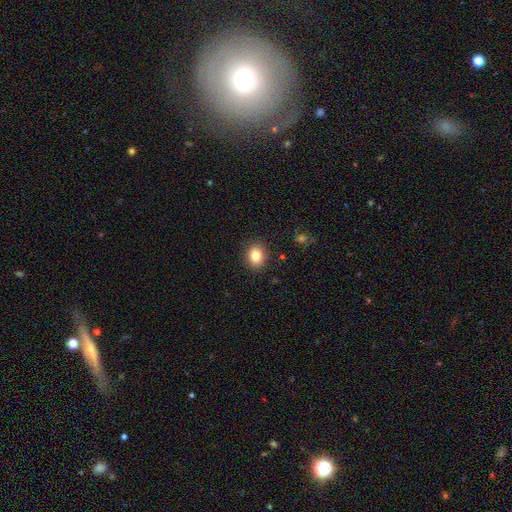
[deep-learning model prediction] A smooth galaxy with no disk features (83%) that is round (57%).

Vote fractions:
- Smooth or featured? smooth: 83% / star or artifact: 10% / featured or disk: 7%
- How rounded? round: 57% / in between: 42% / cigar-shaped: 1%
- Merging? none: 89% / minor disturbance: 7% / major disturbance: 2% / merger: 1%